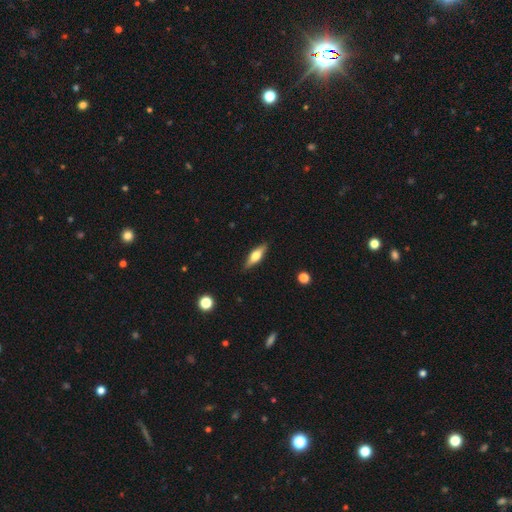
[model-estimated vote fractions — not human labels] Smooth or featured? featured or disk (49%)
Merging? none (88%)